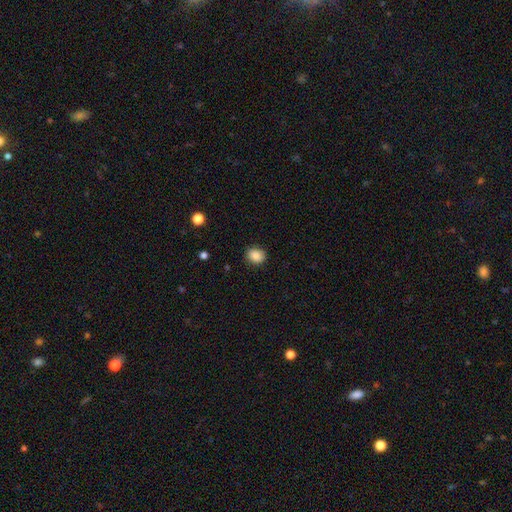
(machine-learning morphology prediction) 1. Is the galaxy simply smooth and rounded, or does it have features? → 88% smooth, 9% star or artifact, 3% featured or disk.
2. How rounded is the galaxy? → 55% round, 44% in between, 1% cigar-shaped.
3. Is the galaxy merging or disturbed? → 85% none, 11% minor disturbance, 3% major disturbance, 1% merger.